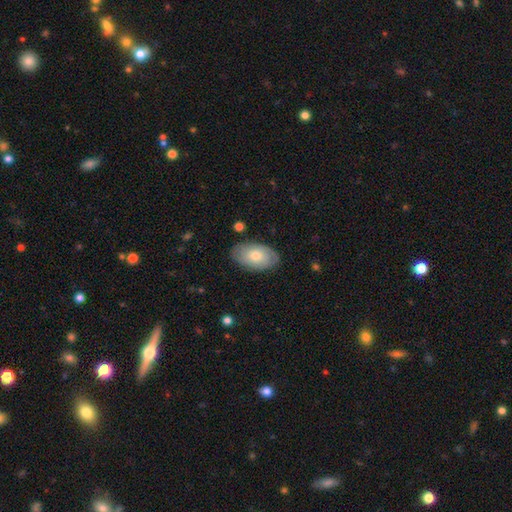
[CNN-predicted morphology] Smooth or featured: smooth — 58% (featured or disk — 36%)
How rounded: in between — 92% (round — 6%)
Merging: none — 81% (minor disturbance — 14%)